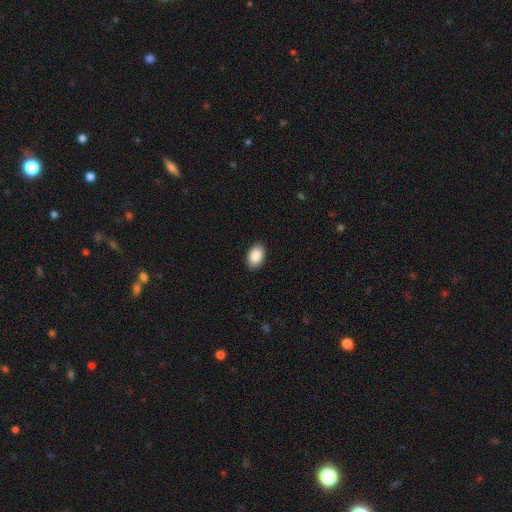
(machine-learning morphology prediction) smooth-or-featured: smooth: 90% | star or artifact: 7% | featured or disk: 4%
  how-rounded: in between: 91% | round: 8% | cigar-shaped: 1%
  merging: none: 90% | minor disturbance: 7% | major disturbance: 2% | merger: 1%